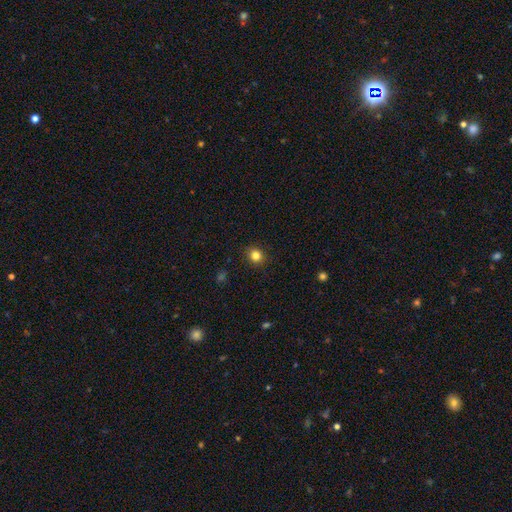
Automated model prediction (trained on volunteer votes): Smooth or featured?
  - smooth: 83% *
  - star or artifact: 13%
  - featured or disk: 5%
How rounded?
  - round: 84% *
  - in between: 15%
  - cigar-shaped: 1%
Merging?
  - none: 91% *
  - minor disturbance: 7%
  - major disturbance: 2%
  - merger: 1%